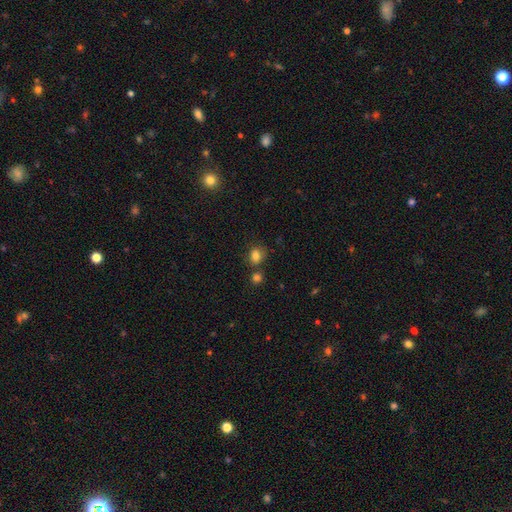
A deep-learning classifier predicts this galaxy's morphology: Smooth or featured? smooth (82%)
How rounded? round (59%)
Merging? none (66%)